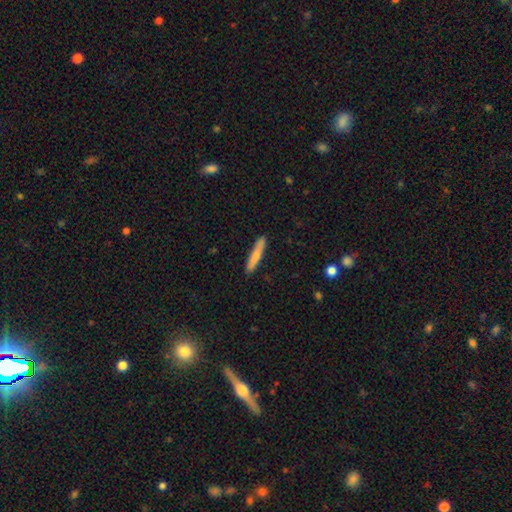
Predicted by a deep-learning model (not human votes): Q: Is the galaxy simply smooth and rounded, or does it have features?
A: smooth — 67%.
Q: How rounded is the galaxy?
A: cigar-shaped — 92%.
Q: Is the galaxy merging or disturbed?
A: none — 89%.